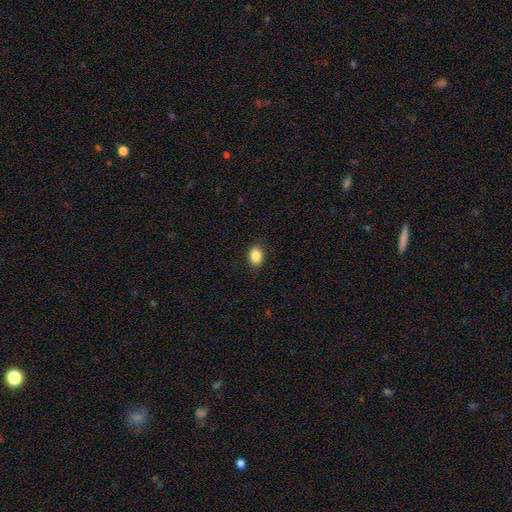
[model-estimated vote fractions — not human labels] Smooth or featured: smooth — 87% (star or artifact — 9%)
How rounded: in between — 70% (round — 29%)
Merging: none — 88% (minor disturbance — 9%)